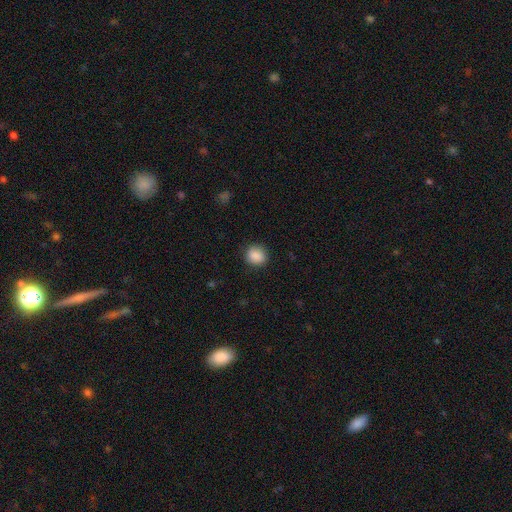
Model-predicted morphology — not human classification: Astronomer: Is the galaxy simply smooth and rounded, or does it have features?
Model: smooth — 89%.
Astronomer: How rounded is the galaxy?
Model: round — 77%.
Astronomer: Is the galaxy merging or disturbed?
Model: none — 88%.